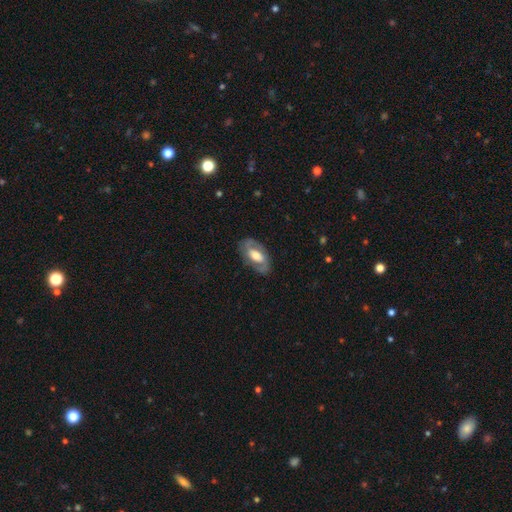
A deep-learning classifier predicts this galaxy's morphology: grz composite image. It shows a featured or disk galaxy (67%) with no bar (41%), spiral arms (67%) and a moderate central bulge (52%). Merging: none (78%).